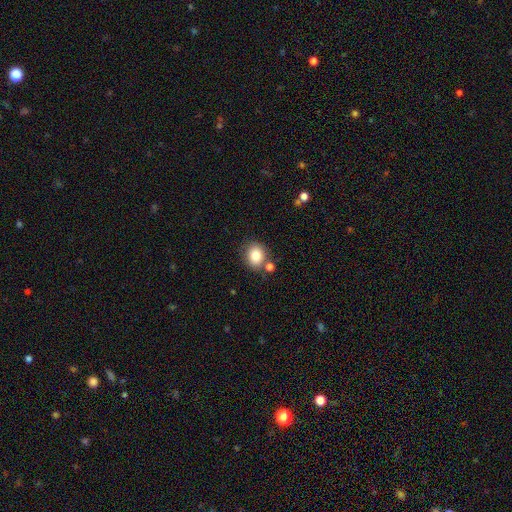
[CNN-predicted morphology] type=smooth (82%); roundness=round (63%); merging=none (74%).